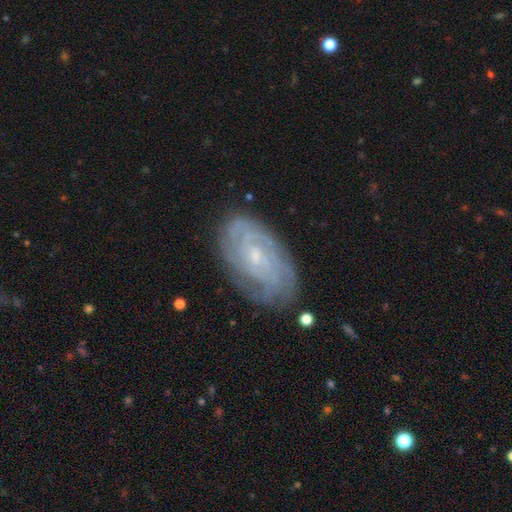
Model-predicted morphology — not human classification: A featured or disk galaxy (84%) with no bar (60%), tight (77%) spiral arms (97%) and a small central bulge (73%). Merging: none (78%).